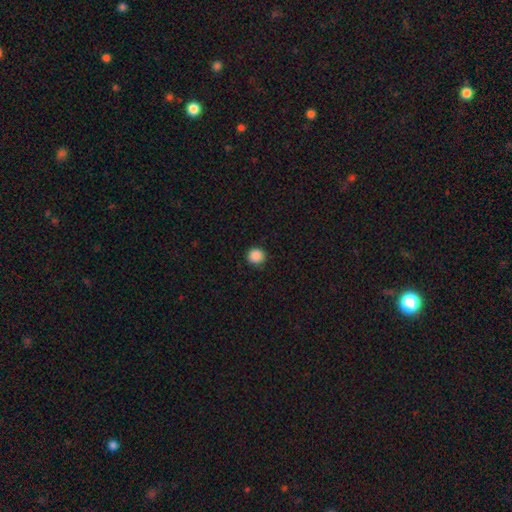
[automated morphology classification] type=smooth (88%); roundness=round (94%); merging=none (91%).